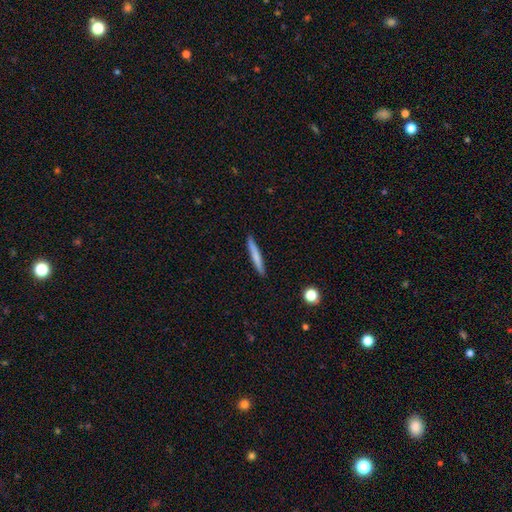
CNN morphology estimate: A smooth galaxy with no disk features (71%) that is cigar-shaped (95%). Merging: none (90%).